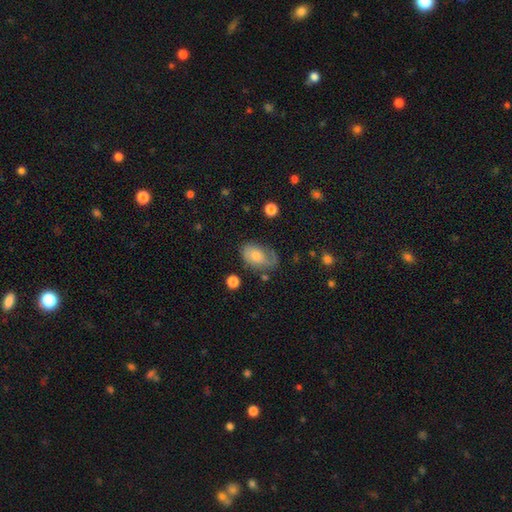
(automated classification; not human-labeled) A smooth galaxy with no disk features (58%) that is in between round and cigar-shaped (86%). Merging: none (53%).